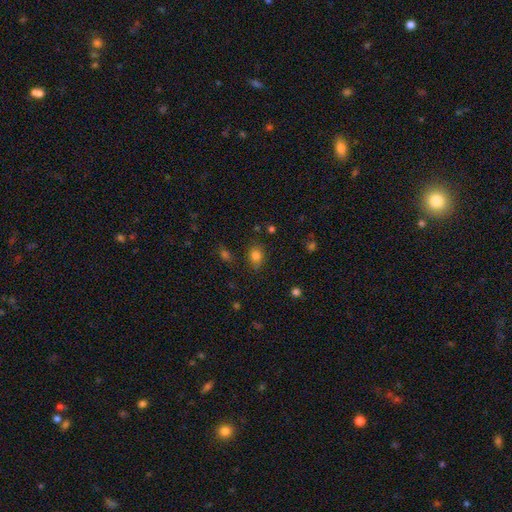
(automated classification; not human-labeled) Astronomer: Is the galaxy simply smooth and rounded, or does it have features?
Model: smooth — 81%.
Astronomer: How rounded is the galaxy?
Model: in between — 50% (runner-up: round, 49%).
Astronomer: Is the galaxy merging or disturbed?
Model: none — 76%.